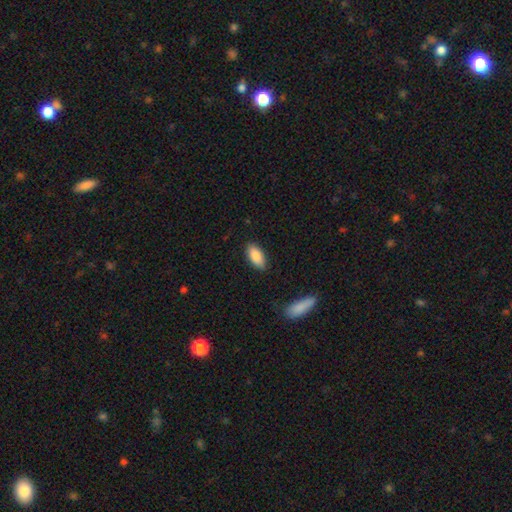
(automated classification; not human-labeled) This is clearly a smooth galaxy (86%). How rounded: clearly in between (89%). Merging: clearly none (86%).